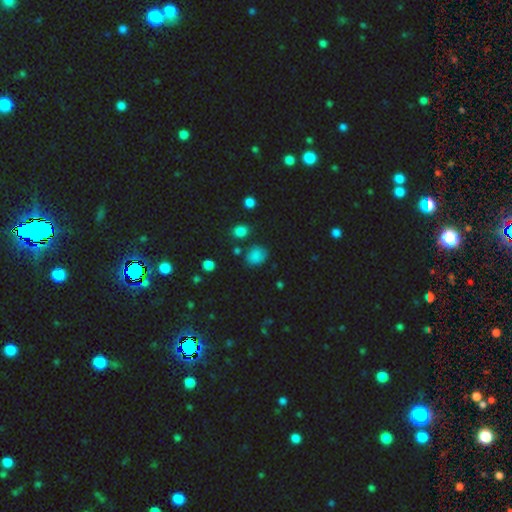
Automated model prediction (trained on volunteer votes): smooth-or-featured: smooth: 77% | star or artifact: 15% | featured or disk: 8%
  how-rounded: round: 57% | in between: 42% | cigar-shaped: 1%
  merging: none: 70% | minor disturbance: 20% | major disturbance: 6% | merger: 5%